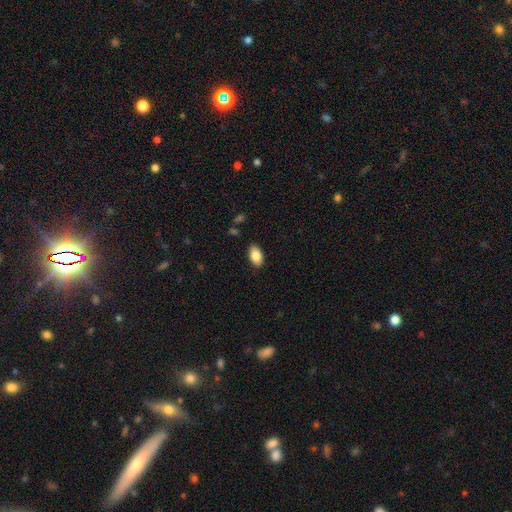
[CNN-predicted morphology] Q: Smooth or featured?
A: smooth (83%); runner-up: featured or disk (10%)
Q: How rounded?
A: in between (93%); runner-up: round (5%)
Q: Merging?
A: none (88%); runner-up: minor disturbance (9%)